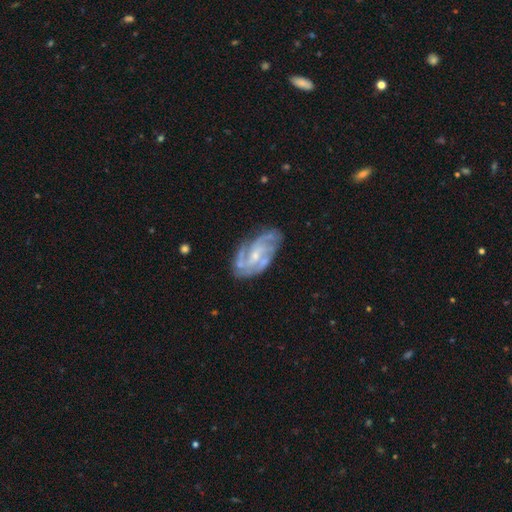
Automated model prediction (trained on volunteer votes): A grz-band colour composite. It shows a featured or disk galaxy (85%) with no bar (52%), 3 (31%) medium (45%) spiral arms (94%) and a small central bulge (65%). Merging: none (67%).